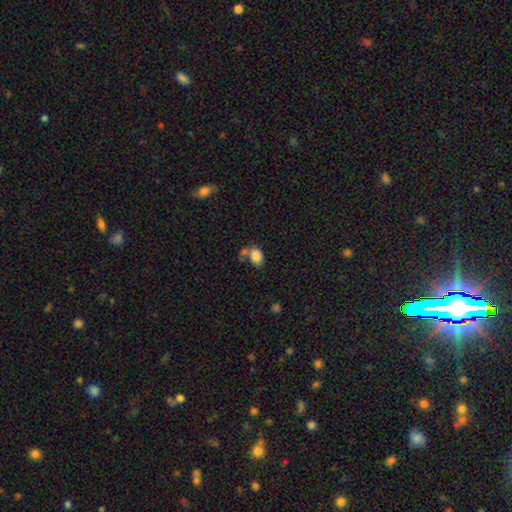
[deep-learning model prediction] smooth 84%, star or artifact 9%, featured or disk 7%. Down the decision tree: how rounded — in between (78%); merging — none (47%).